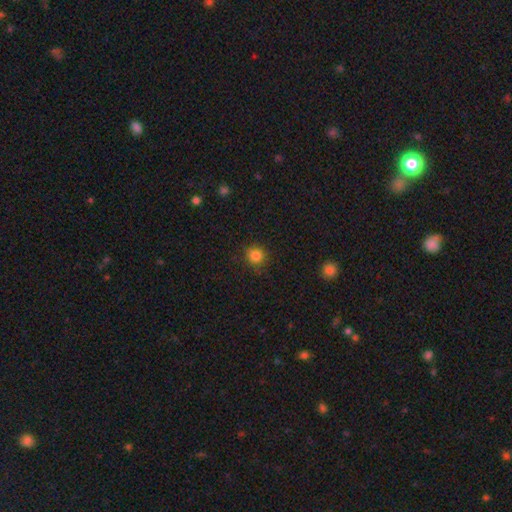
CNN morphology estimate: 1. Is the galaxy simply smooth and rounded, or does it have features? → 84% smooth, 12% star or artifact, 4% featured or disk.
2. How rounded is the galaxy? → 90% round, 9% in between, 1% cigar-shaped.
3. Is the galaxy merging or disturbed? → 86% none, 11% minor disturbance, 3% major disturbance, 1% merger.